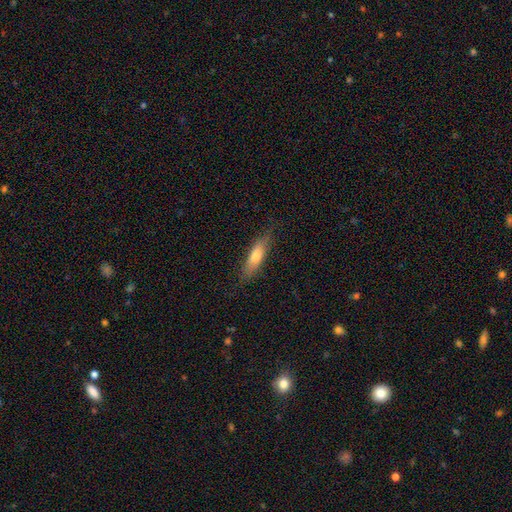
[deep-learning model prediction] The model was most divided on "how rounded": cigar-shaped: 64%, in between: 34%, round: 2%. More confident: merging — none (79%); smooth or featured — smooth (67%).